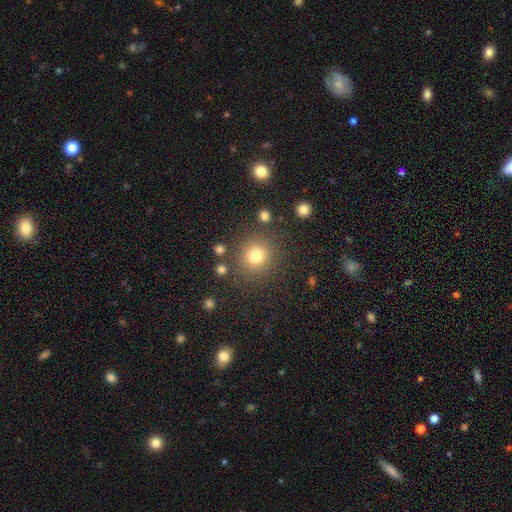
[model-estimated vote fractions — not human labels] Overall: smooth (79%). How rounded: round (90%). Merging: none (84%).